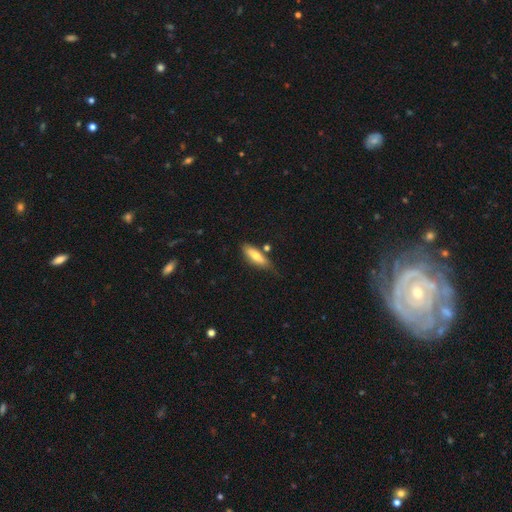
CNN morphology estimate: A smooth galaxy with no disk features (68%) that is cigar-shaped (49%, tied with in between).

Vote fractions:
- Smooth or featured? smooth: 68% / featured or disk: 26% / star or artifact: 6%
- How rounded? cigar-shaped: 49% (tied) / in between: 49% (tied) / round: 2%
- Merging? none: 65% / minor disturbance: 22% / merger: 8% / major disturbance: 5%